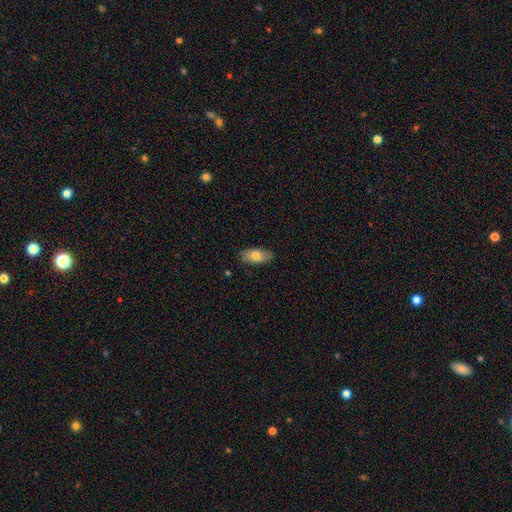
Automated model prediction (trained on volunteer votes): Overall: smooth (74%). How rounded: in between (90%). Merging: none (81%).